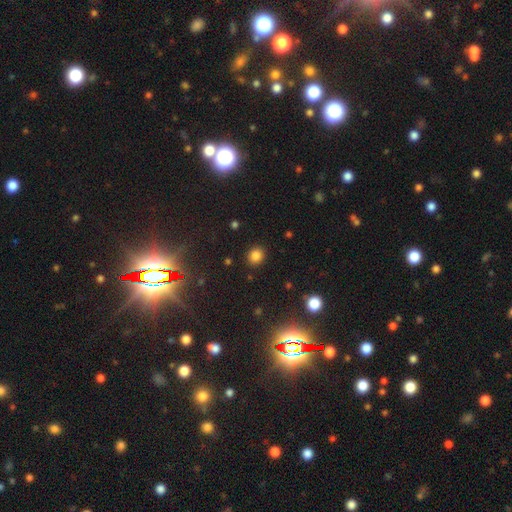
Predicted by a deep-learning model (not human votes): A smooth galaxy with no disk features (82%) that is round (76%). Merging: none (90%).